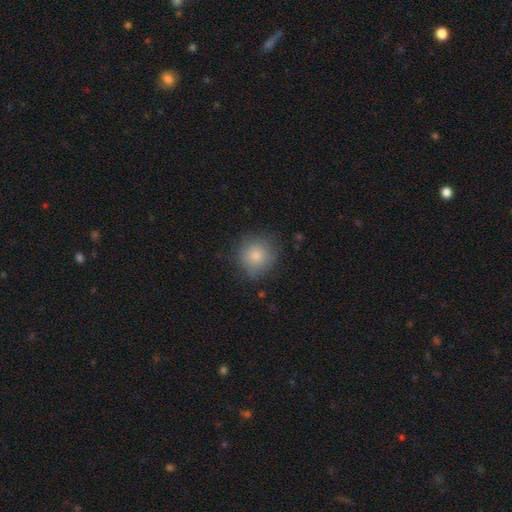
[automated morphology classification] This appears to be a smooth galaxy with no disk features (83%) that is round (91%). Merging: none (78%).